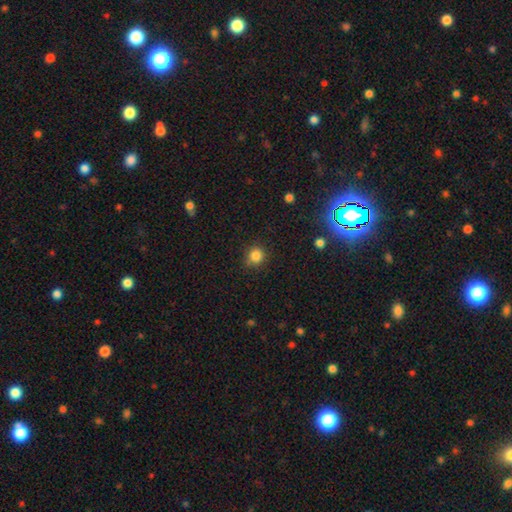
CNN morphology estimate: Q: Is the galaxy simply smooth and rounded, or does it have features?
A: smooth — 84%.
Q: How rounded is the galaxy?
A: round — 89%.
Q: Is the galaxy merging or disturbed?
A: none — 83%.